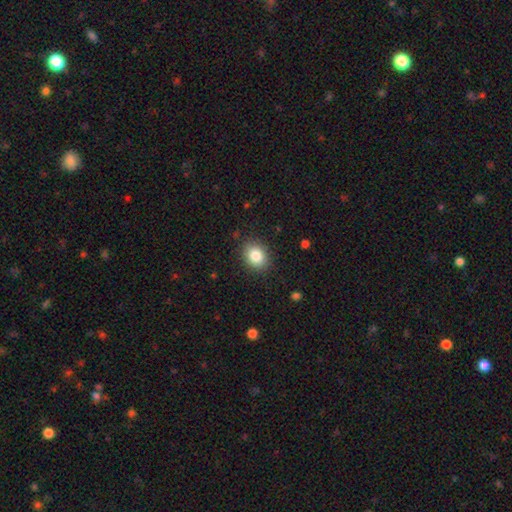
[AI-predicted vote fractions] Smooth or featured?
  - smooth: 84% *
  - star or artifact: 9%
  - featured or disk: 7%
How rounded?
  - round: 51% *
  - in between: 48%
  - cigar-shaped: 1%
Merging?
  - none: 87% *
  - minor disturbance: 9%
  - major disturbance: 3%
  - merger: 1%